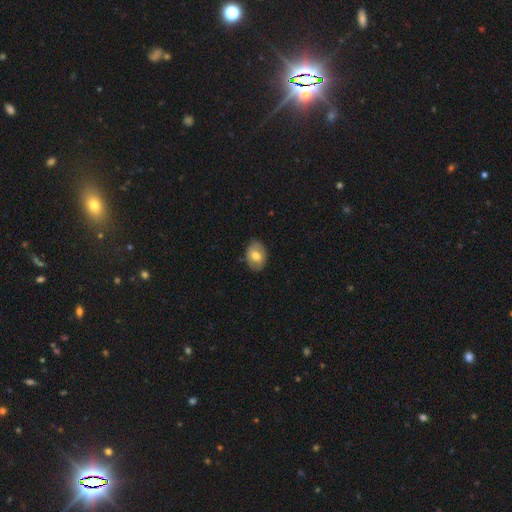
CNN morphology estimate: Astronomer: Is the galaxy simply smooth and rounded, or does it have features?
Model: smooth — 66%.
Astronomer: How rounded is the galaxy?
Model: in between — 75%.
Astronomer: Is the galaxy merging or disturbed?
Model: none — 83%.